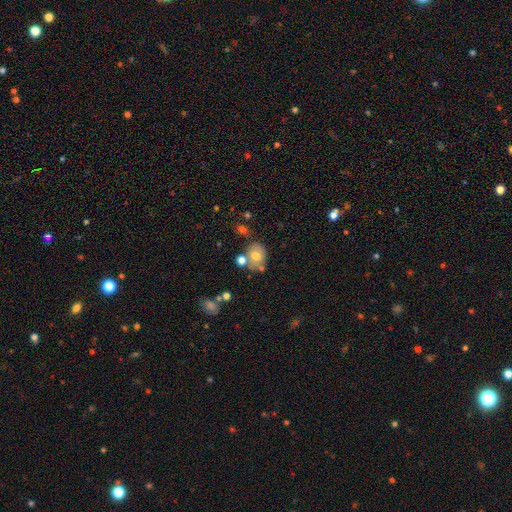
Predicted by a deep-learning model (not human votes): smooth 62%, featured or disk 28%, star or artifact 10%. Down the decision tree: how rounded — round (55%); merging — none (52%).